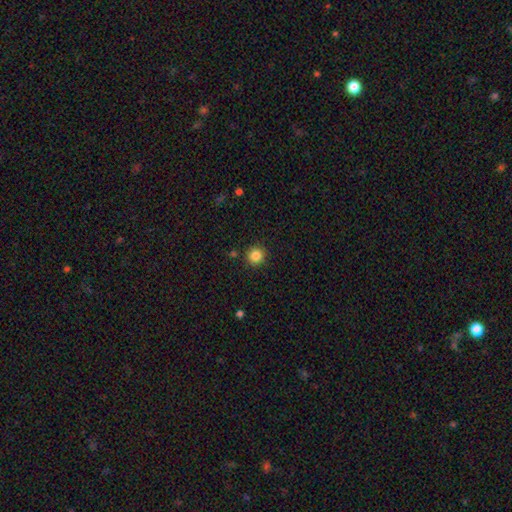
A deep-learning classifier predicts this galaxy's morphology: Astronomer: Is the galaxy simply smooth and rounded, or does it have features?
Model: smooth — 85%.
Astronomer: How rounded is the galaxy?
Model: round — 95%.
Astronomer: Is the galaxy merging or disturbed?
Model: none — 91%.